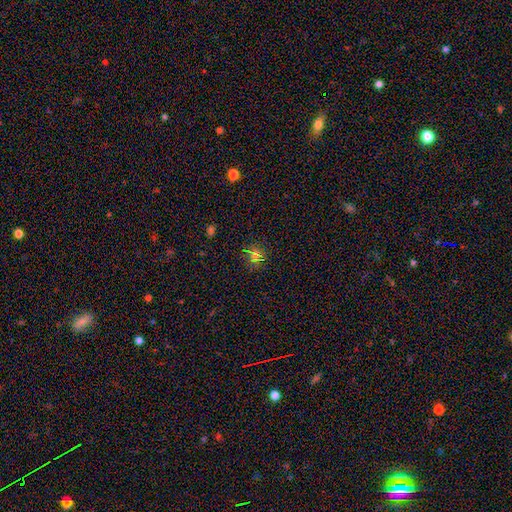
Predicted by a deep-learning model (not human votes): smooth 59%, star or artifact 33%, featured or disk 8%. Down the decision tree: how rounded — round (85%); merging — none (83%).